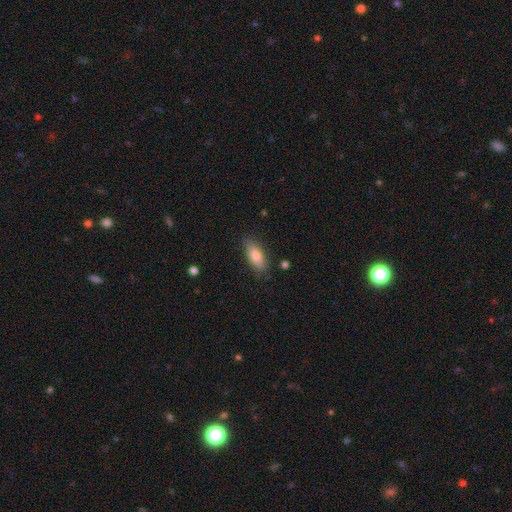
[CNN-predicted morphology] Q: Smooth or featured?
A: smooth (79%); runner-up: featured or disk (14%)
Q: How rounded?
A: in between (77%); runner-up: cigar-shaped (21%)
Q: Merging?
A: none (82%); runner-up: minor disturbance (14%)